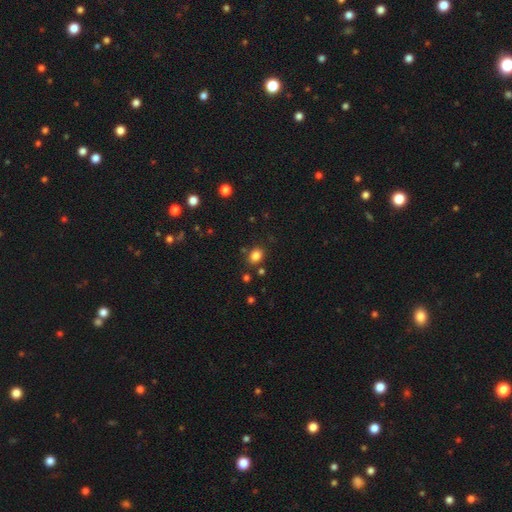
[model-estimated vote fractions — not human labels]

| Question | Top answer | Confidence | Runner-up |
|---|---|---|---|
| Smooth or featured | smooth | 83% | star or artifact (12%) |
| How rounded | in between | 61% | round (38%) |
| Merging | none | 81% | minor disturbance (11%) |